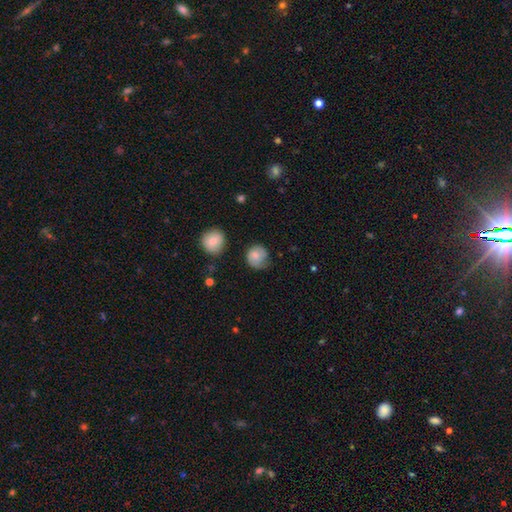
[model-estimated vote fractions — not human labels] smooth-or-featured: smooth: 71% | featured or disk: 21% | star or artifact: 8%
  how-rounded: round: 85% | in between: 14% | cigar-shaped: 1%
  merging: none: 57% | minor disturbance: 29% | major disturbance: 12% | merger: 2%